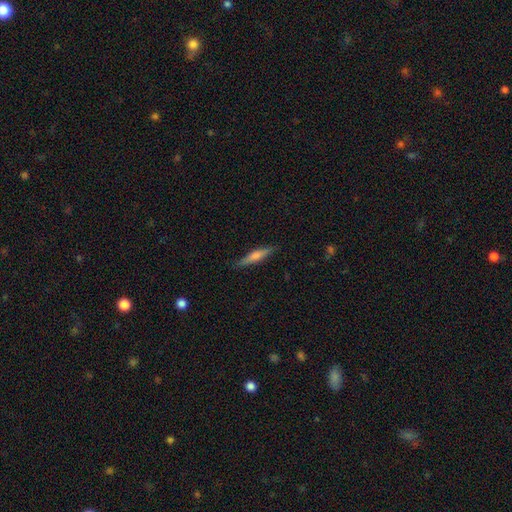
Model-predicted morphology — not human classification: Q: Smooth or featured?
A: featured or disk (50%); runner-up: smooth (44%)
Q: Merging?
A: none (88%); runner-up: minor disturbance (9%)